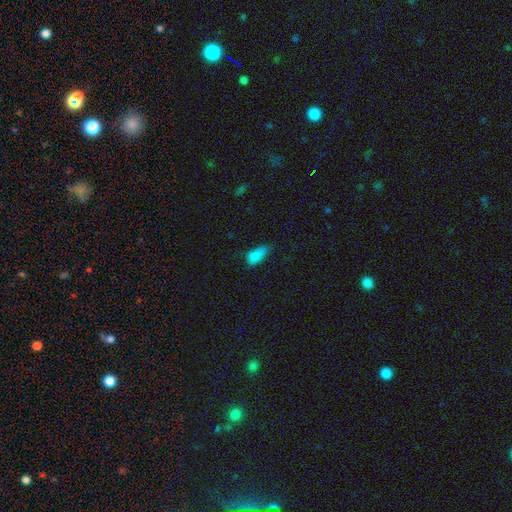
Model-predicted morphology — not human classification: A smooth galaxy with no disk features (84%) that is in between round and cigar-shaped (84%). Merging: none (50%).